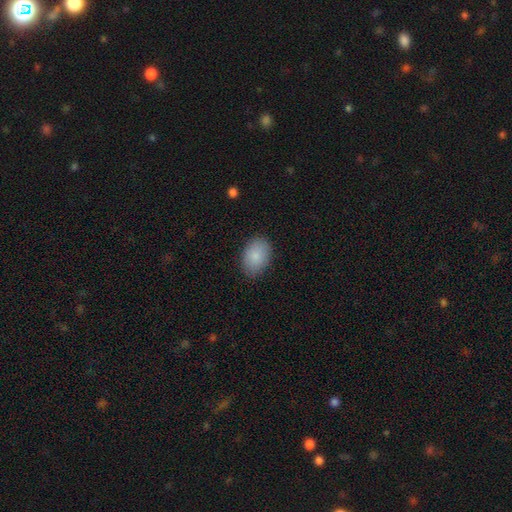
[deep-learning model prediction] Smooth or featured? Predicted: smooth (p=0.87). How rounded? Predicted: in between (p=0.81). Merging? Predicted: none (p=0.86).